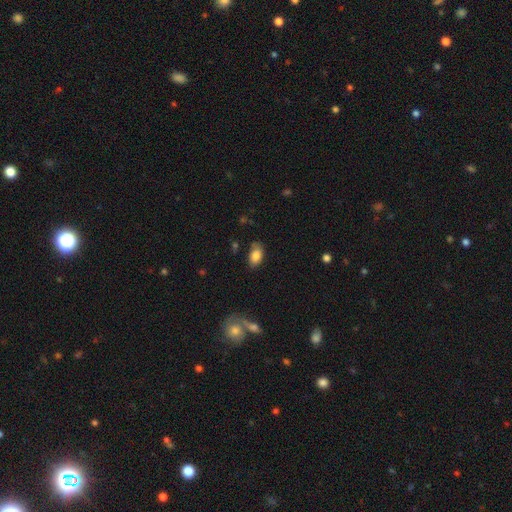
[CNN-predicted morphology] Smooth or featured? smooth (84%)
How rounded? in between (91%)
Merging? none (73%)